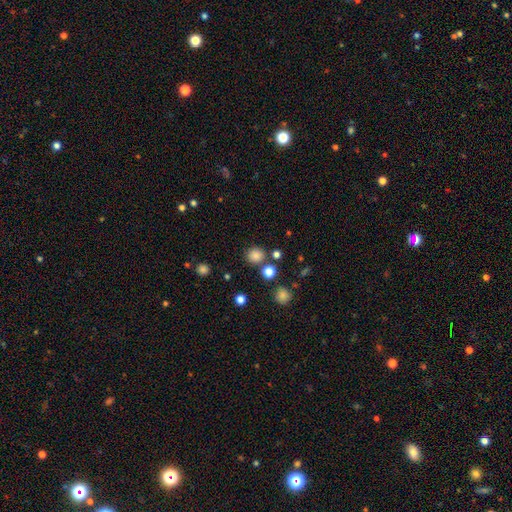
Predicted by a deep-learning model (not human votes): smooth 82%, star or artifact 14%, featured or disk 5%. Down the decision tree: how rounded — round (88%); merging — none (83%).